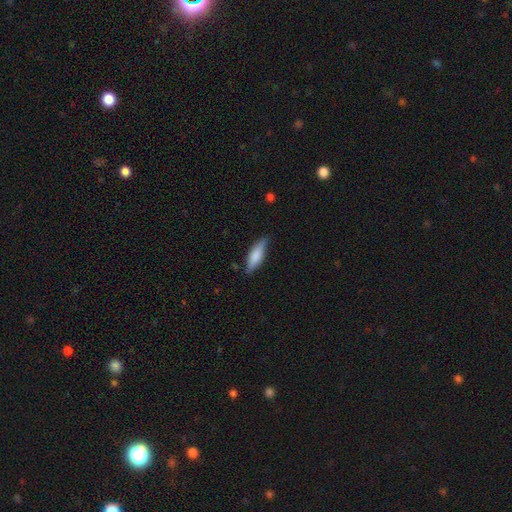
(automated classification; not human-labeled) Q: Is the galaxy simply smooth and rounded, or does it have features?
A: smooth — 72%.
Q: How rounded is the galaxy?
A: cigar-shaped — 54%.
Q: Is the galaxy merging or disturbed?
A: none — 79%.